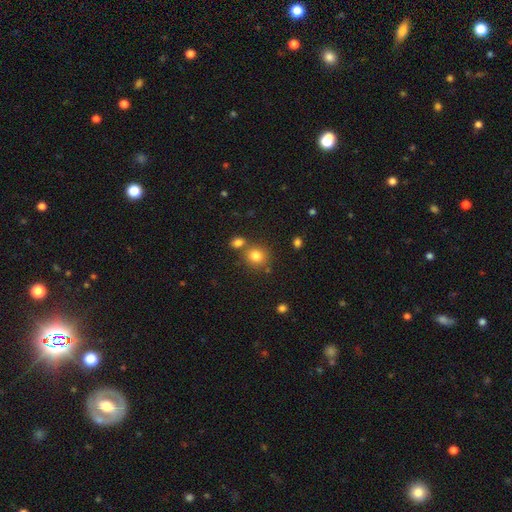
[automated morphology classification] This appears to be a smooth galaxy with no disk features (81%) that is round (82%). Merging: none (66%).